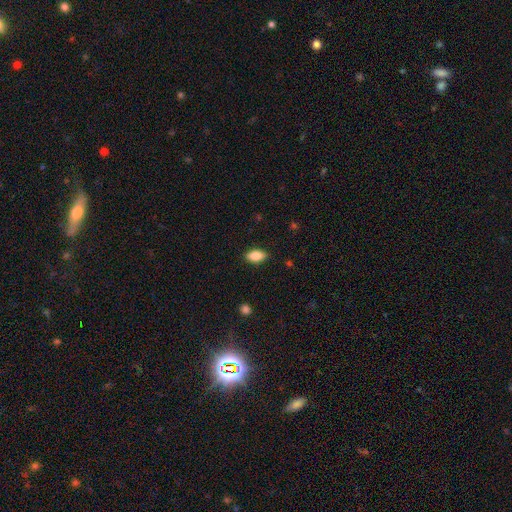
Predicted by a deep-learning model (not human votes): Smooth or featured: smooth — 83% (featured or disk — 9%)
How rounded: in between — 89% (cigar-shaped — 7%)
Merging: none — 87% (minor disturbance — 10%)